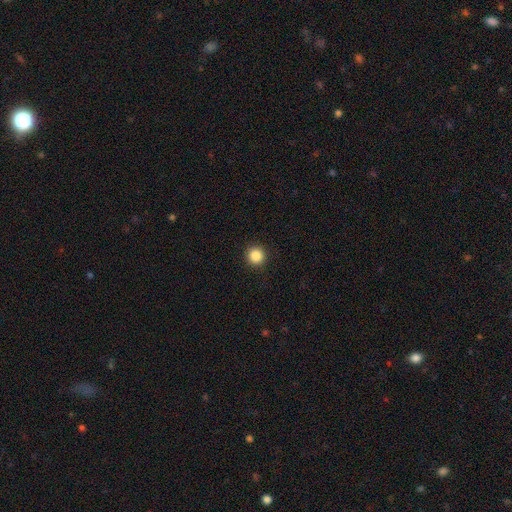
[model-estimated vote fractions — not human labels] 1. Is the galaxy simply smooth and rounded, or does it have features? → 87% smooth, 10% star or artifact, 3% featured or disk.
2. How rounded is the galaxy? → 94% round, 5% in between, 1% cigar-shaped.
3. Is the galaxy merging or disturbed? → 92% none, 5% minor disturbance, 2% major disturbance, 1% merger.